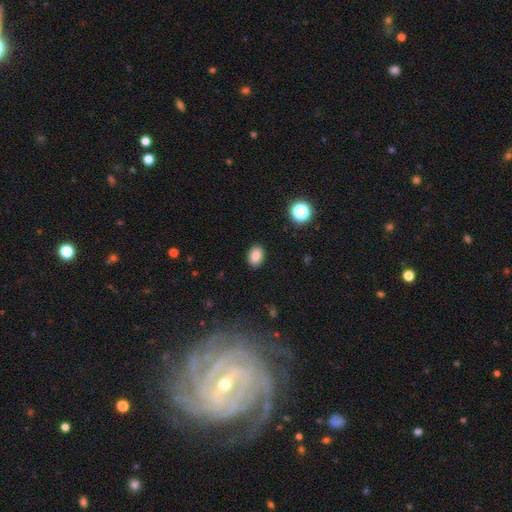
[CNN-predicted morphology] Q: Smooth or featured?
A: smooth (84%); runner-up: star or artifact (10%)
Q: How rounded?
A: in between (75%); runner-up: round (24%)
Q: Merging?
A: none (89%); runner-up: minor disturbance (7%)